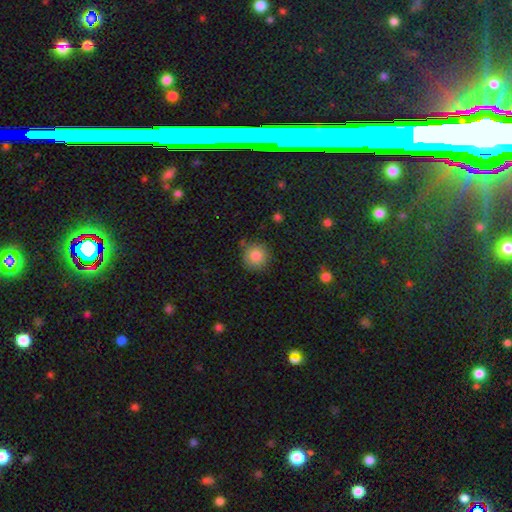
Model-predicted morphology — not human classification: This appears to be a smooth galaxy with no disk features (83%) that is round (94%). Merging: none (84%).